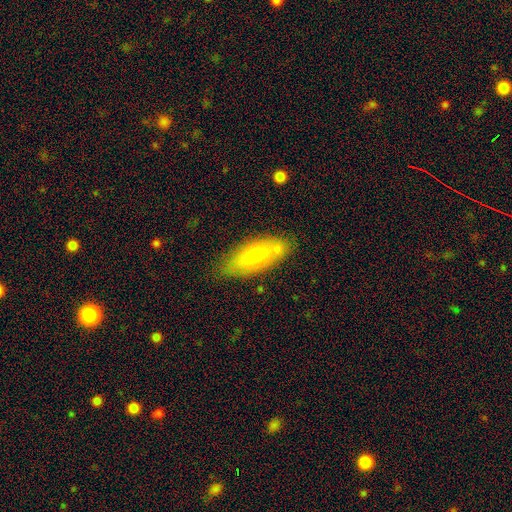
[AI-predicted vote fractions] Overall: smooth (70%). How rounded: in between (76%). Merging: none (72%).